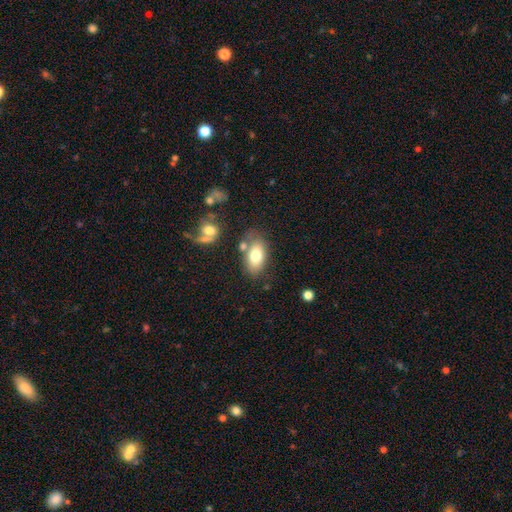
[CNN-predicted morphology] A smooth galaxy with no disk features (74%) that is in between round and cigar-shaped (91%). Merging: none (63%).